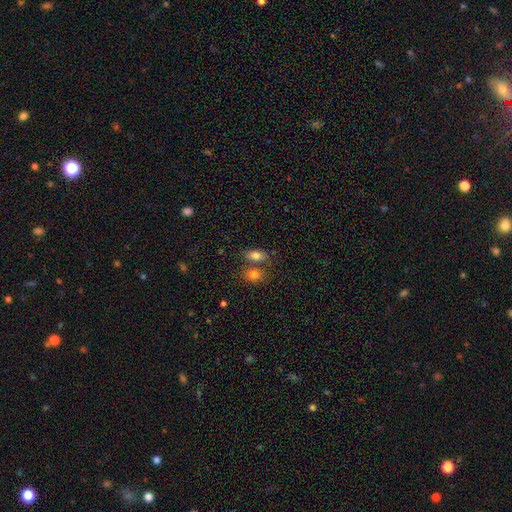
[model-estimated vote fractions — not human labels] The model was most divided on "merging": none: 51%, merger: 34%, minor disturbance: 11%, major disturbance: 4%. More confident: how rounded — in between (86%); smooth or featured — smooth (82%).